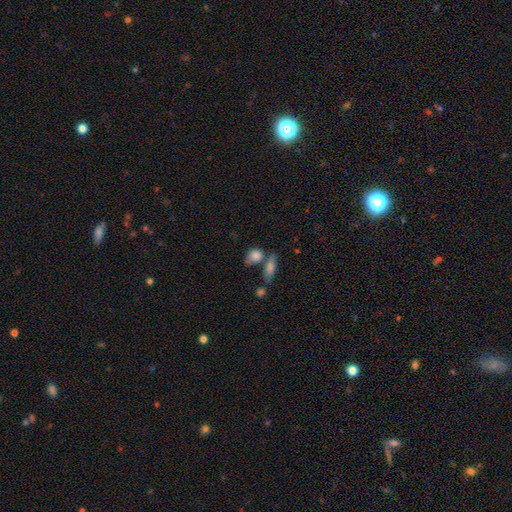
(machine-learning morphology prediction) A smooth galaxy with no disk features (83%) that is in between round and cigar-shaped (50%).

Vote fractions:
- Smooth or featured? smooth: 83% / featured or disk: 9% / star or artifact: 8%
- How rounded? in between: 50% / round: 44% / cigar-shaped: 6%
- Merging? none: 51% / merger: 26% / minor disturbance: 17% / major disturbance: 6%